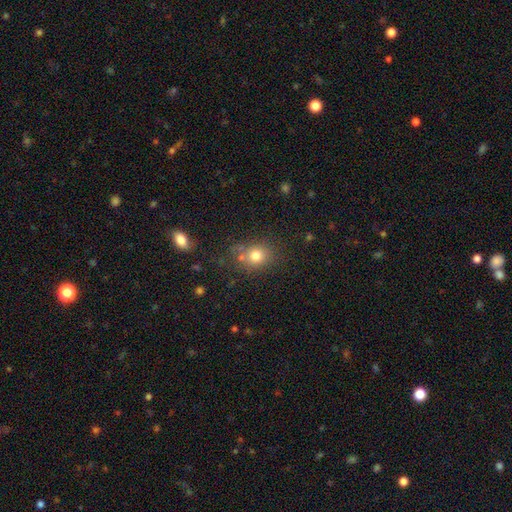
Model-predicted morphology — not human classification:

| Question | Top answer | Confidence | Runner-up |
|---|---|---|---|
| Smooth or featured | smooth | 77% | star or artifact (14%) |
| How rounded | round | 69% | in between (30%) |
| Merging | none | 67% | minor disturbance (14%) |